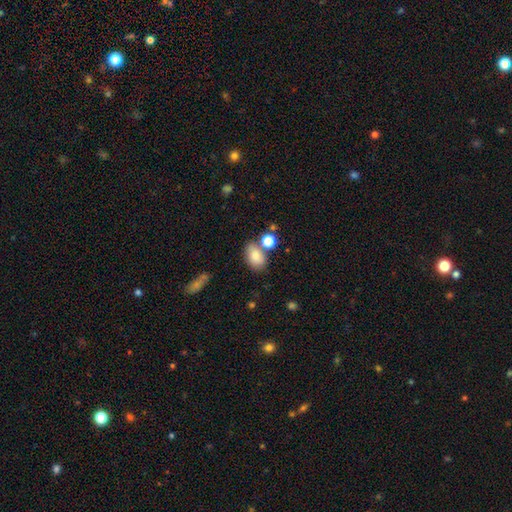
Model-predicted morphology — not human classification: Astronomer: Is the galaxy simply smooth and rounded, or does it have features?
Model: smooth — 81%.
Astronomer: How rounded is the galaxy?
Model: in between — 84%.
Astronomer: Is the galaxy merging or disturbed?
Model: none — 62%.